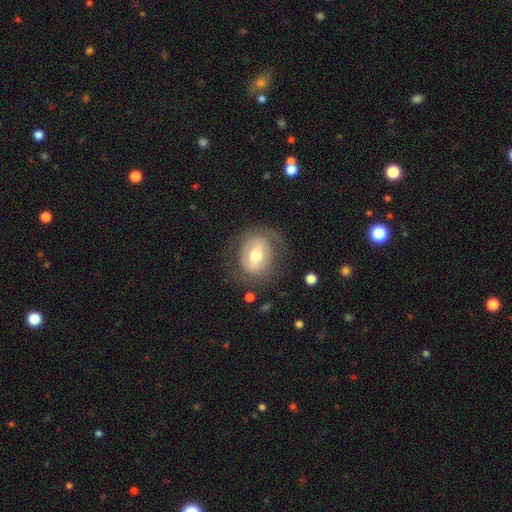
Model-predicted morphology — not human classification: This appears to be a featured or disk galaxy (55%) with a weak bar (38%), no spiral arms (60%) and a moderate central bulge (70%). Merging: none (69%).